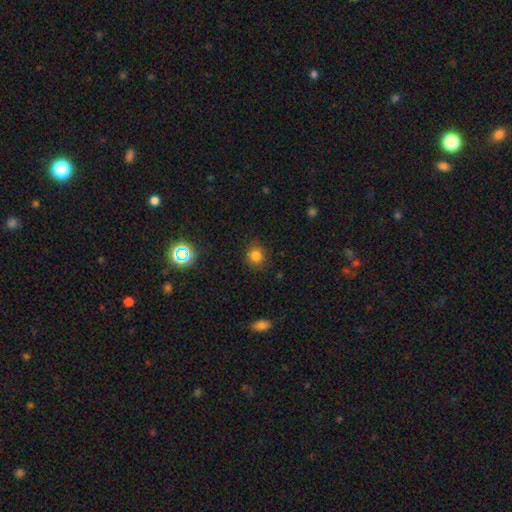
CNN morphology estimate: smooth 80%, star or artifact 15%, featured or disk 5%. Down the decision tree: how rounded — round (86%); merging — none (86%).